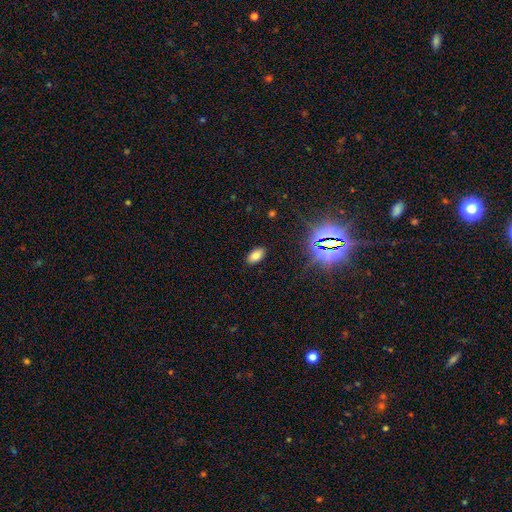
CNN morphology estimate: smooth-or-featured: smooth: 76% | star or artifact: 17% | featured or disk: 7%
  how-rounded: in between: 93% | round: 5% | cigar-shaped: 3%
  merging: none: 88% | minor disturbance: 8% | major disturbance: 3% | merger: 1%